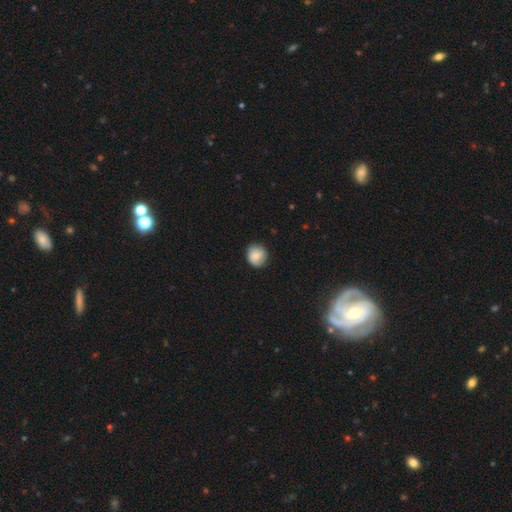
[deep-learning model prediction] Overall: smooth (76%). How rounded: round (88%). Merging: none (82%).